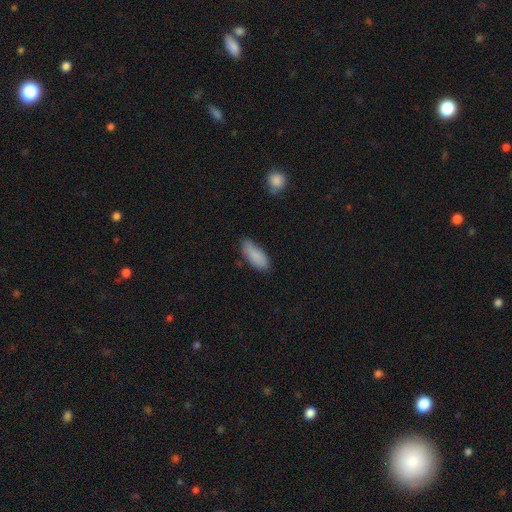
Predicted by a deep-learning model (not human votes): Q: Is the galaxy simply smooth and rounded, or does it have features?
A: smooth — 86%.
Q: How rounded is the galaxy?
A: in between — 81%.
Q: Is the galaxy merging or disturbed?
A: none — 66%.